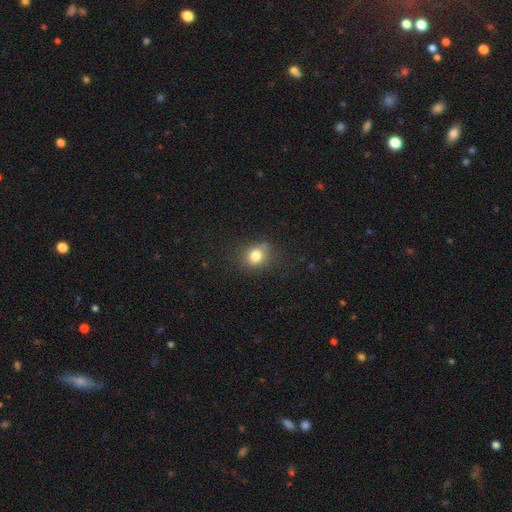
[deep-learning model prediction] smooth 79%, star or artifact 12%, featured or disk 8%. Down the decision tree: how rounded — round (64%); merging — none (73%).